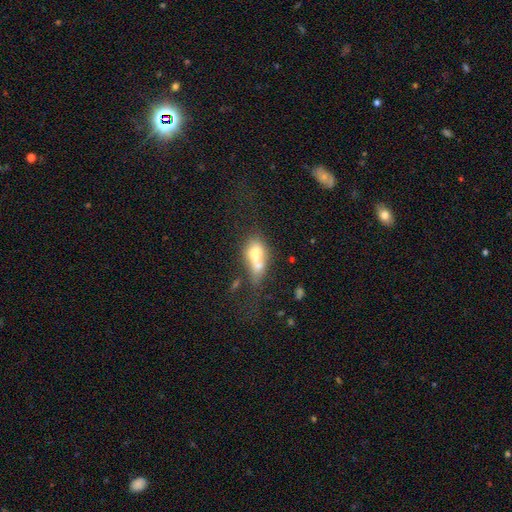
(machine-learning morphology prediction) Q: Smooth or featured?
A: smooth (55%); runner-up: featured or disk (34%)
Q: How rounded?
A: in between (65%); runner-up: round (25%)
Q: Merging?
A: merger (63%); runner-up: none (18%)